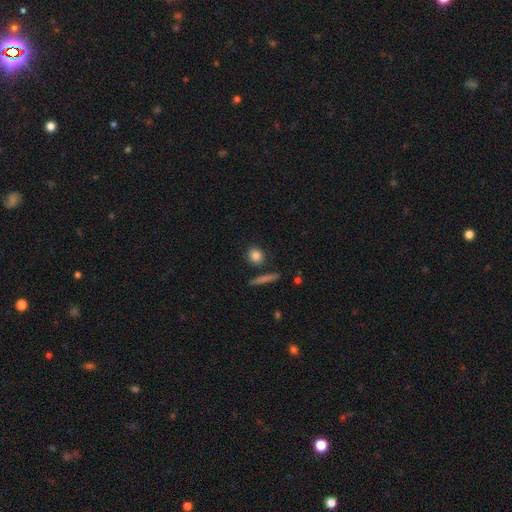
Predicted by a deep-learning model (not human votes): A smooth galaxy with no disk features (84%) that is round (79%). Merging: none (82%).